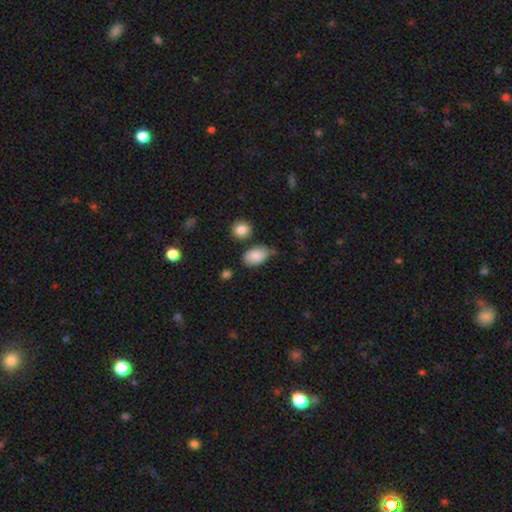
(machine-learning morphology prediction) Q: Smooth or featured?
A: smooth (85%); runner-up: featured or disk (8%)
Q: How rounded?
A: in between (90%); runner-up: round (8%)
Q: Merging?
A: none (65%); runner-up: minor disturbance (24%)